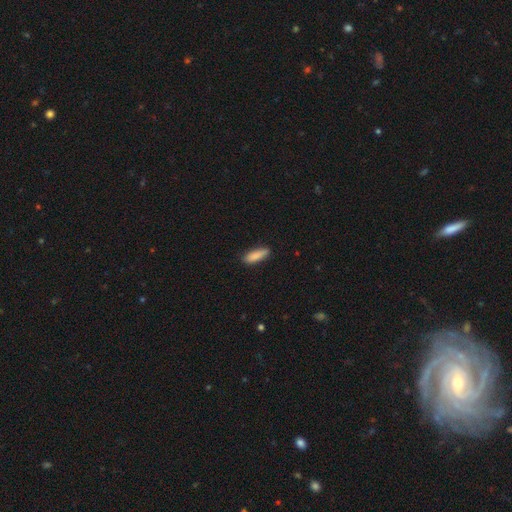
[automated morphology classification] A smooth galaxy with no disk features (87%) that is cigar-shaped (56%). Merging: none (85%).